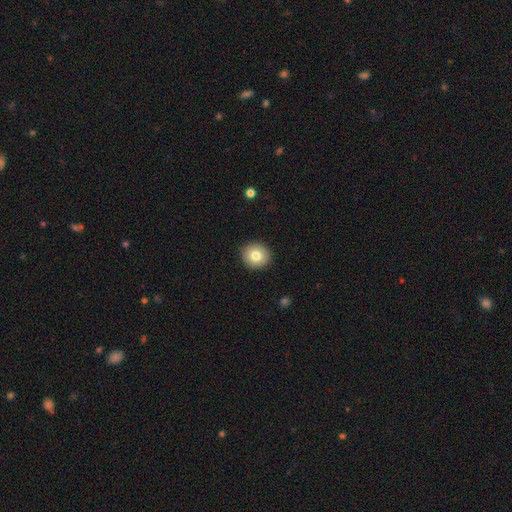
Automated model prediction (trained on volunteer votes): This appears to be a smooth galaxy with no disk features (79%) that is round (89%). Merging: none (91%).